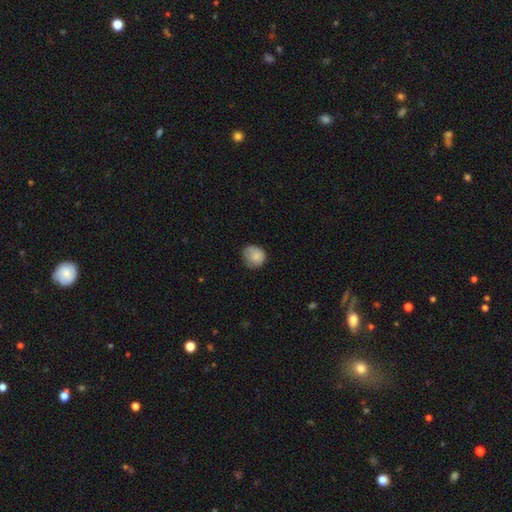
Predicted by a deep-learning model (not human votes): Smooth or featured: smooth — 81% (featured or disk — 11%)
How rounded: round — 76% (in between — 23%)
Merging: none — 62% (minor disturbance — 28%)